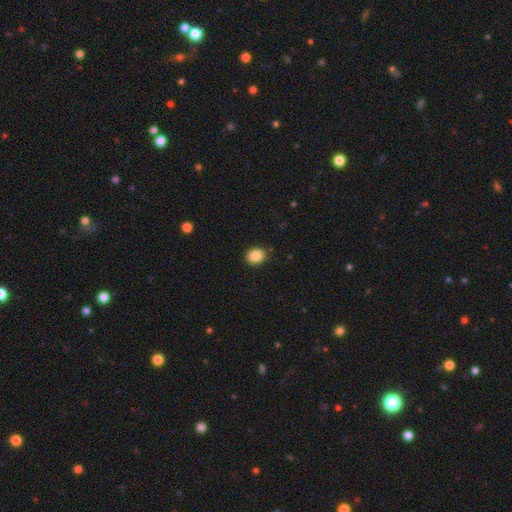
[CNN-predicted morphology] smooth_or_featured: smooth (p=0.87) [alt: star or artifact p=0.09]
how_rounded: round (p=0.64) [alt: in between p=0.35]
merging: none (p=0.88) [alt: minor disturbance p=0.08]